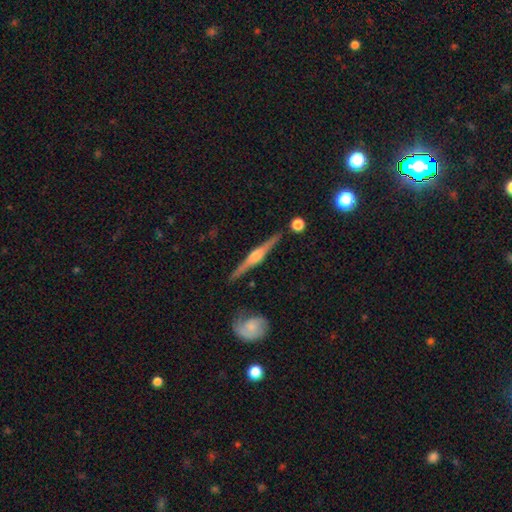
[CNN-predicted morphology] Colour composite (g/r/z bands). It shows a featured or disk galaxy (84%) viewed edge-on (98%) with a rounded central bulge (84%). Merging: none (89%).